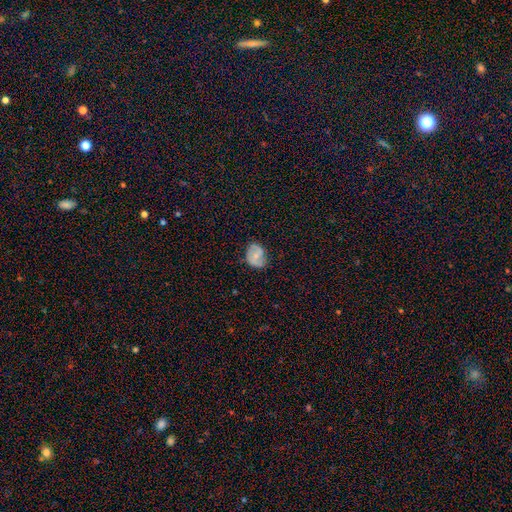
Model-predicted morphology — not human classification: This is possibly a smooth galaxy (50%). How rounded: possibly in between (59%). Merging: likely none (65%).